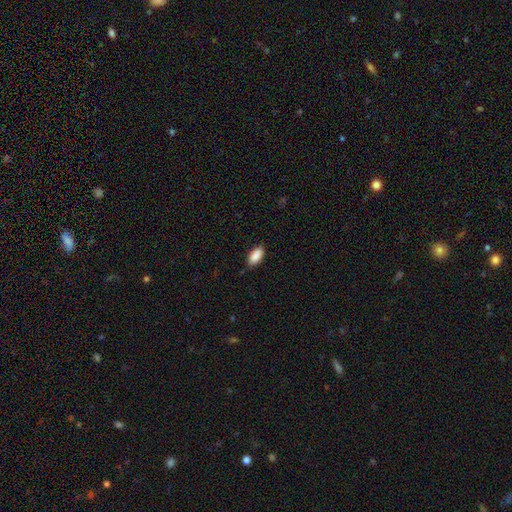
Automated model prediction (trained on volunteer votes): Smooth or featured? smooth (89%)
How rounded? in between (90%)
Merging? none (85%)